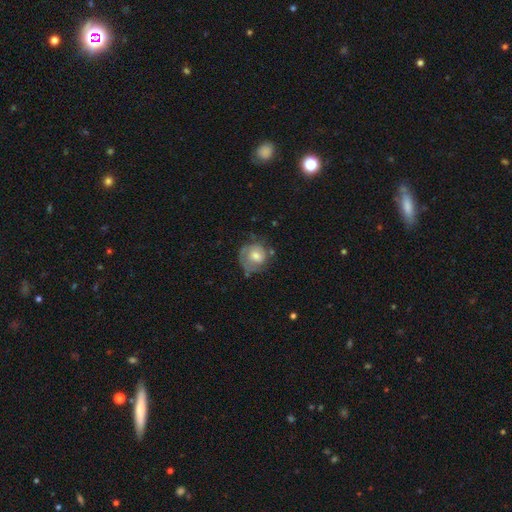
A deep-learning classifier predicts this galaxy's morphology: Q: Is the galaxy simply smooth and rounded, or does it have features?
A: featured or disk — 55%.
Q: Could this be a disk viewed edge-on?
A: no — 97%.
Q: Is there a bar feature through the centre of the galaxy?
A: no — 74%.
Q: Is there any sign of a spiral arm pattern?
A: yes — 76%.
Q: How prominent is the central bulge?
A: moderate — 58%.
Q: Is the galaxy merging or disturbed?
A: none — 57%.